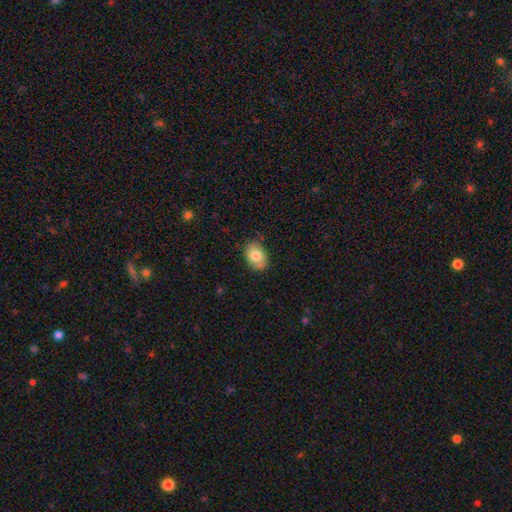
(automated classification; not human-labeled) Overall: smooth (80%). How rounded: in between (80%). Merging: none (77%).